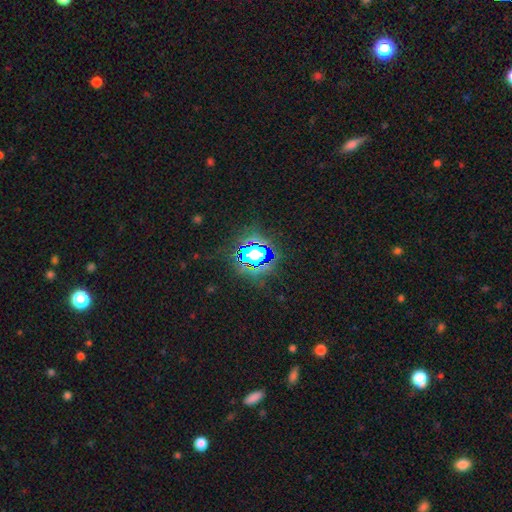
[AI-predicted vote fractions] smooth-or-featured: star or artifact: 72% | smooth: 18% | featured or disk: 10%